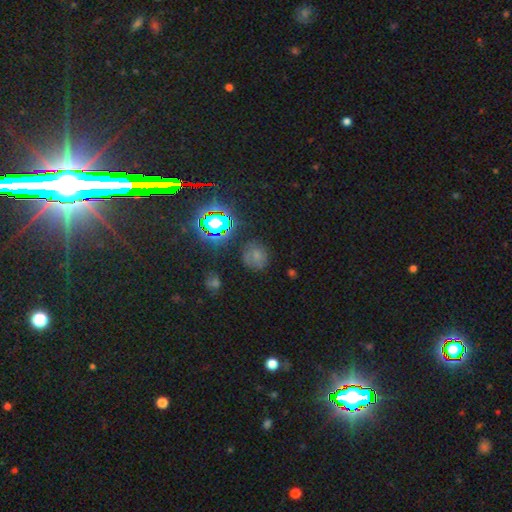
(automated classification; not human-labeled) smooth_or_featured: smooth (p=0.53) [alt: star or artifact p=0.35]
how_rounded: round (p=0.84) [alt: in between p=0.15]
merging: none (p=0.75) [alt: minor disturbance p=0.16]